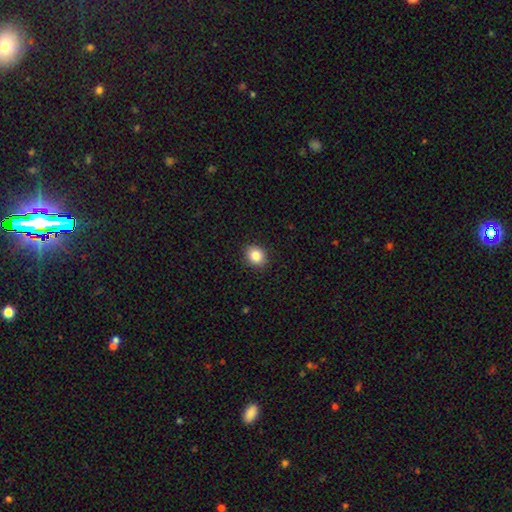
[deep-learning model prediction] A smooth galaxy with no disk features (85%) that is round (55%).

Vote fractions:
- Smooth or featured? smooth: 85% / star or artifact: 9% / featured or disk: 5%
- How rounded? round: 55% / in between: 44% / cigar-shaped: 1%
- Merging? none: 90% / minor disturbance: 7% / major disturbance: 2% / merger: 1%